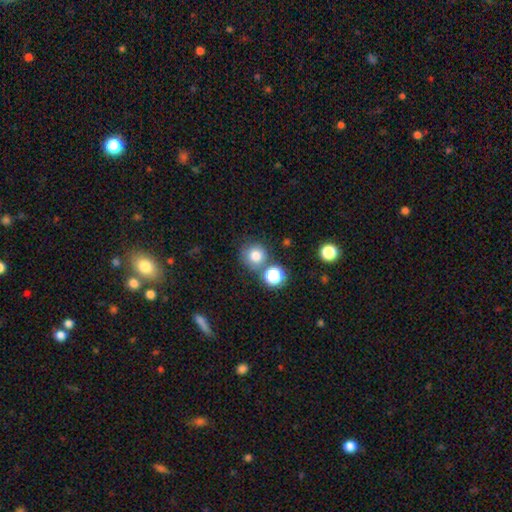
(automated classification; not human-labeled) smooth-or-featured: smooth: 77% | star or artifact: 14% | featured or disk: 8%
  how-rounded: round: 91% | in between: 8% | cigar-shaped: 1%
  merging: none: 70% | merger: 16% | minor disturbance: 10% | major disturbance: 4%